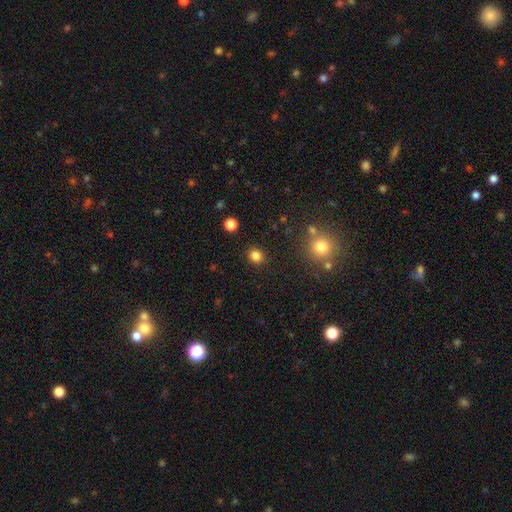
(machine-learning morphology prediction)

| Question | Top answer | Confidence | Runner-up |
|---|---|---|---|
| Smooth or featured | smooth | 83% | star or artifact (13%) |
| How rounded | round | 76% | in between (23%) |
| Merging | none | 89% | minor disturbance (7%) |